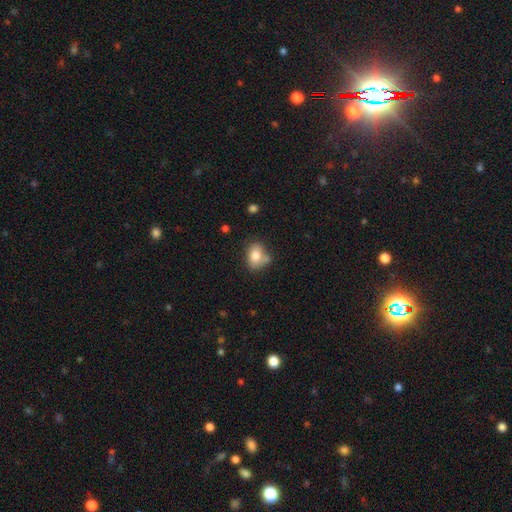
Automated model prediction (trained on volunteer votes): A smooth galaxy with no disk features (79%) that is in between round and cigar-shaped (66%). Merging: none (54%).